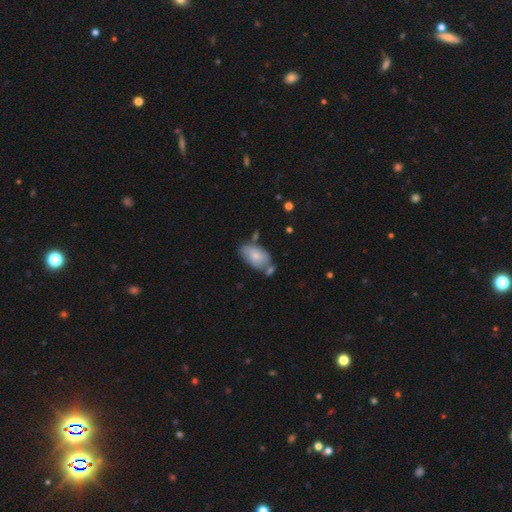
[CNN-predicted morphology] This appears to be a smooth galaxy with no disk features (76%) that is in between round and cigar-shaped (93%). Merging: none (53%).